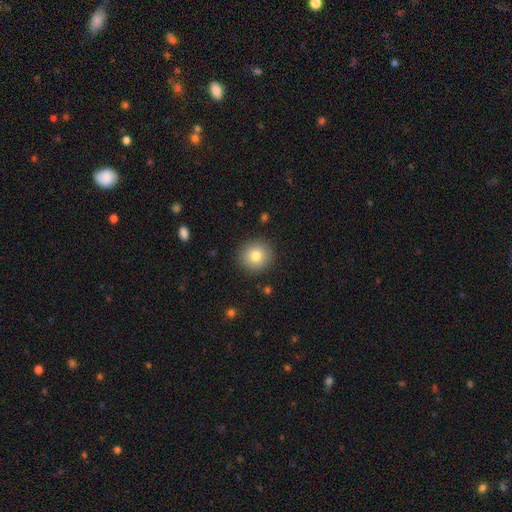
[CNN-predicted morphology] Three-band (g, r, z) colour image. It shows a smooth galaxy with no disk features (79%) that is round (90%). Merging: none (90%).